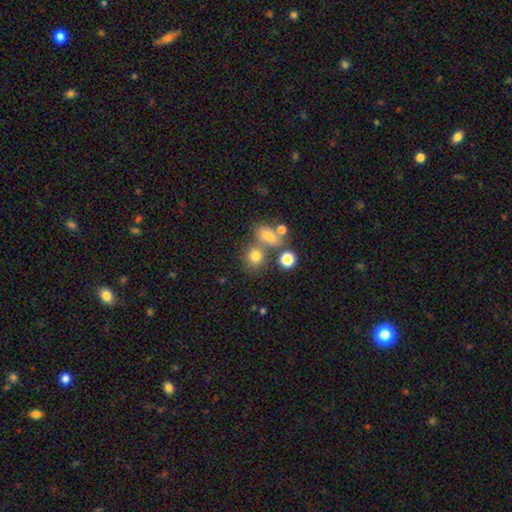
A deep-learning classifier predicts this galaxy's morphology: smooth_or_featured: smooth (p=0.75) [alt: star or artifact p=0.15]
how_rounded: round (p=0.70) [alt: in between p=0.29]
merging: none (p=0.55) [alt: merger p=0.28]